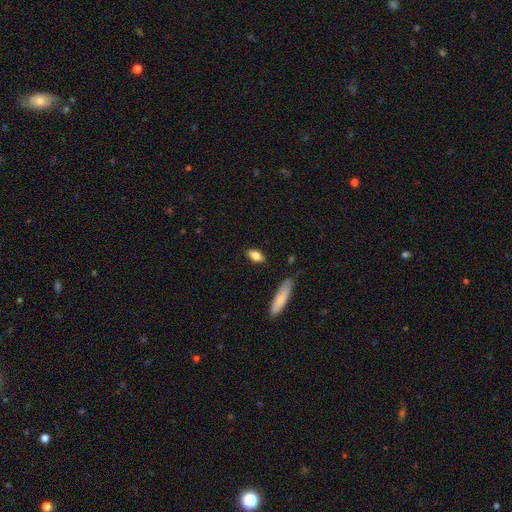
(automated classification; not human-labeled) This is likely a smooth galaxy (78%). How rounded: likely in between (79%). Merging: clearly none (83%).